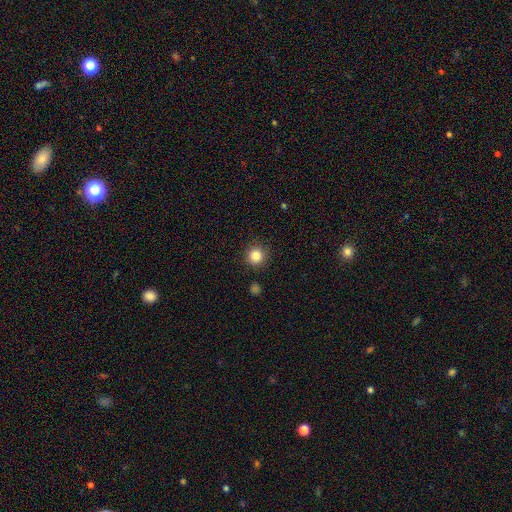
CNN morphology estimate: smooth 85%, star or artifact 11%, featured or disk 4%. Down the decision tree: how rounded — round (95%); merging — none (91%).